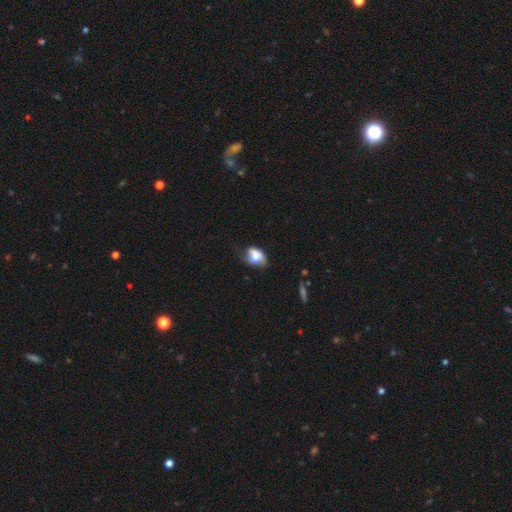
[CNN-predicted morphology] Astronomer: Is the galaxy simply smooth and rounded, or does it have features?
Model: smooth — 65%.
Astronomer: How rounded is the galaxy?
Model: in between — 79%.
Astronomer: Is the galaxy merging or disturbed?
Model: minor disturbance — 36% (runner-up: none, 34%).